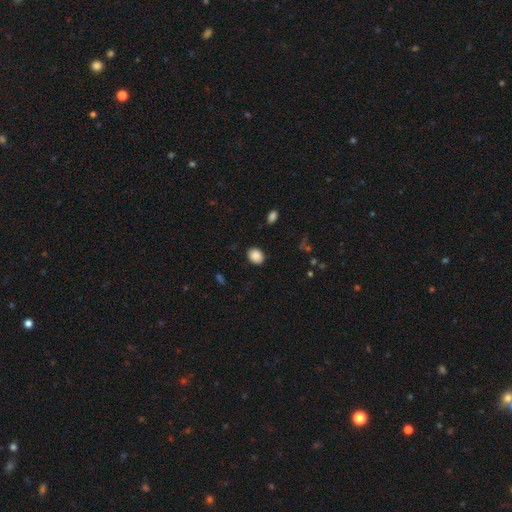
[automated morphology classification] Overall: smooth (88%). How rounded: in between (57%; round 42%). Merging: none (88%).